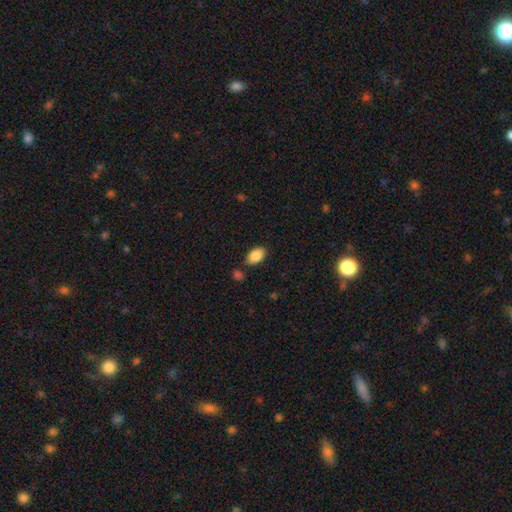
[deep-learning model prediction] smooth_or_featured: smooth (p=0.87) [alt: star or artifact p=0.07]
how_rounded: in between (p=0.92) [alt: round p=0.07]
merging: none (p=0.78) [alt: minor disturbance p=0.13]